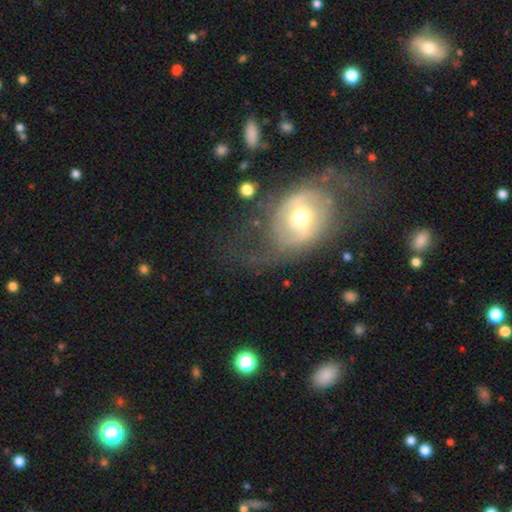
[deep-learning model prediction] featured or disk 75%, smooth 17%, star or artifact 8%. Down the decision tree: edge-on disk — no (95%); bar — no (51%); spiral arms — yes (78%); spiral arm count — 2 (83%); spiral winding — loose (42%); bulge size — moderate (66%); merging — none (59%).